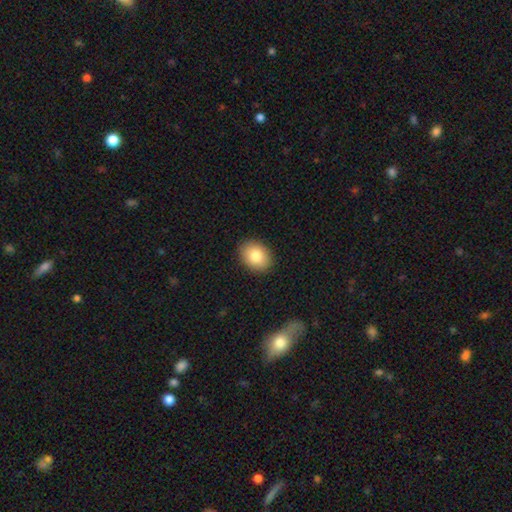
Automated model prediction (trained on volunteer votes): This is clearly a smooth galaxy (83%). How rounded: likely in between (65%). Merging: clearly none (90%).